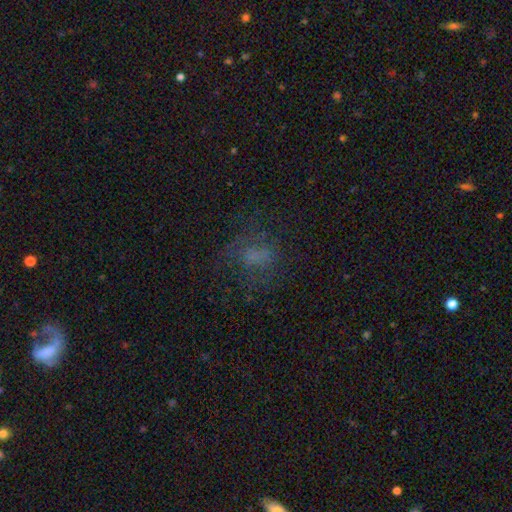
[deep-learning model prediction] Morphology: type=smooth (46%); merging=none (55%).